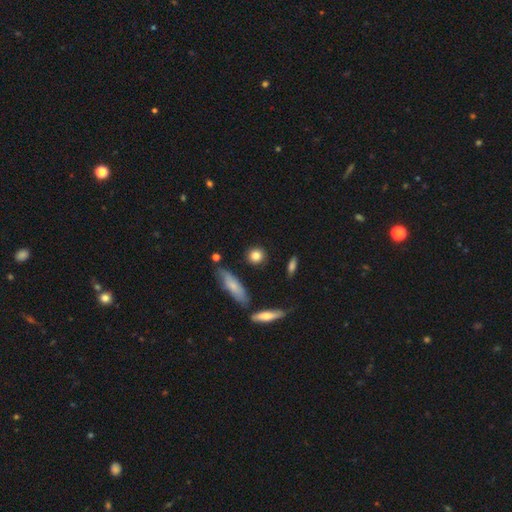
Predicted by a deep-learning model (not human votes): Morphology: type=smooth (82%); roundness=round (82%); merging=none (84%).